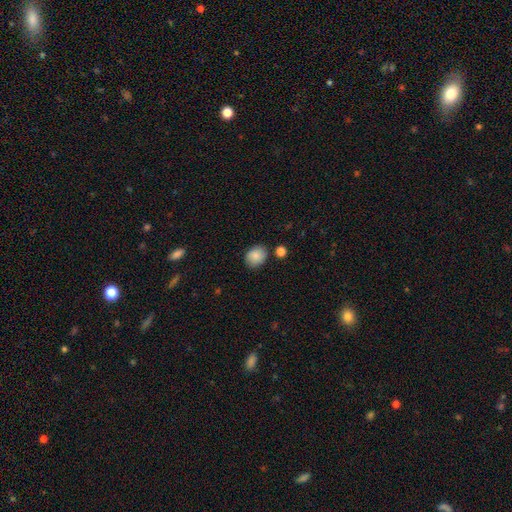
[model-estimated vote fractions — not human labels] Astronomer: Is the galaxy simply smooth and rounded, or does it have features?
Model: smooth — 87%.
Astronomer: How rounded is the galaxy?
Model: round — 54% (runner-up: in between, 45%).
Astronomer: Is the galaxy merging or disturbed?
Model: none — 81%.